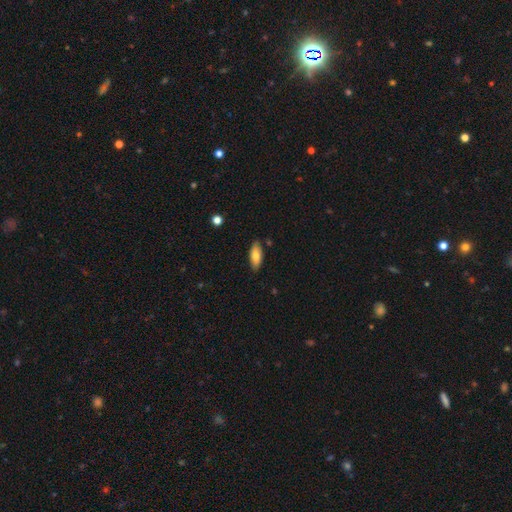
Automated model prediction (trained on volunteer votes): A smooth galaxy with no disk features (74%) that is in between round and cigar-shaped (78%). Merging: none (84%).